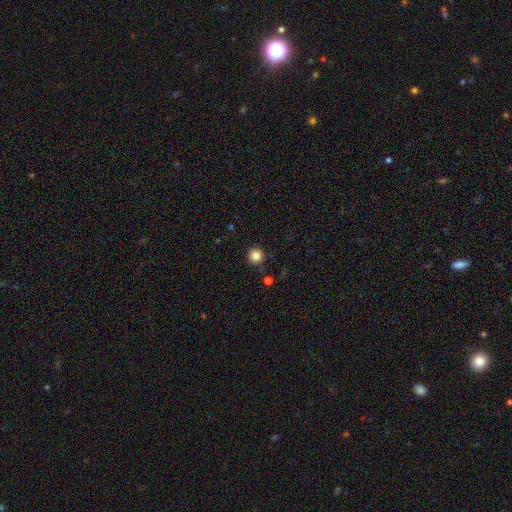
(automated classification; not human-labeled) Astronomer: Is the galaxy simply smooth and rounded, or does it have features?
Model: smooth — 85%.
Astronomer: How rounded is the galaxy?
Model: round — 96%.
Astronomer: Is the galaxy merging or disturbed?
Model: none — 90%.